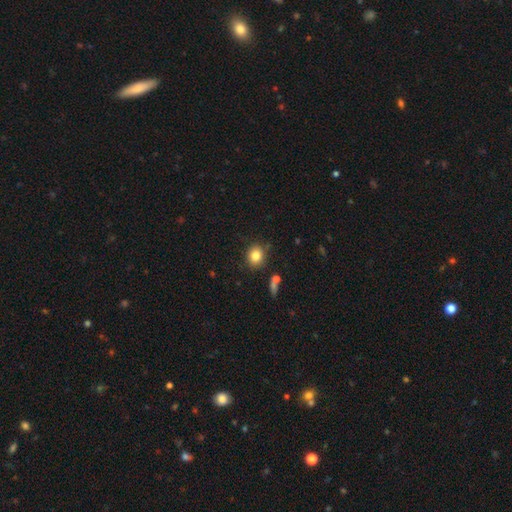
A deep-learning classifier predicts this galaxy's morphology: The model was most divided on "how rounded": round: 74%, in between: 25%, cigar-shaped: 1%. More confident: smooth or featured — smooth (82%); merging — none (82%).